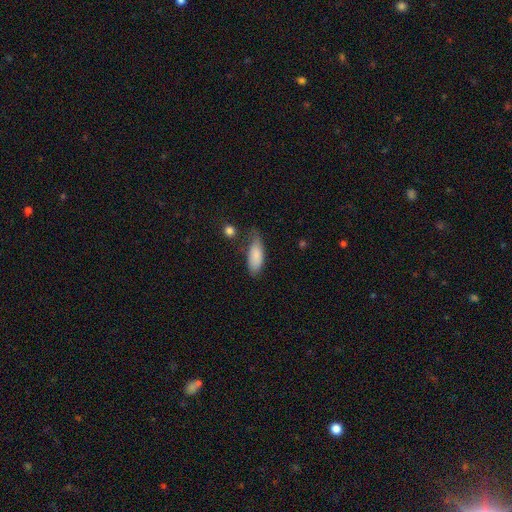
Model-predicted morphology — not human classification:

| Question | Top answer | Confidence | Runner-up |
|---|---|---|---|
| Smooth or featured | smooth | 85% | featured or disk (8%) |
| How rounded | in between | 79% | cigar-shaped (19%) |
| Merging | none | 52% | minor disturbance (32%) |